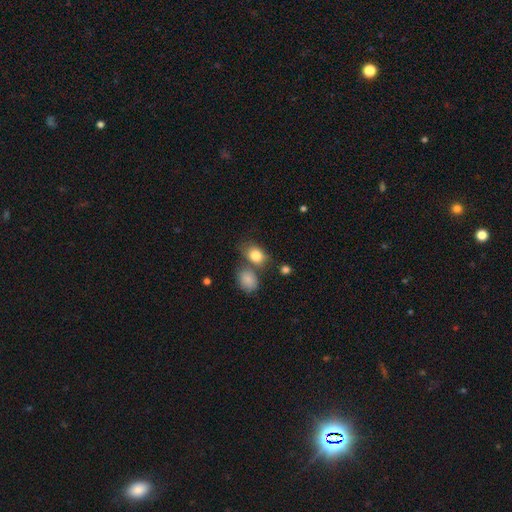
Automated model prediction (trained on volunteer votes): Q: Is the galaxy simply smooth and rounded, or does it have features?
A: smooth — 82%.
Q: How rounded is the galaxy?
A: in between — 66%.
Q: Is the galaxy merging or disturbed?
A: none — 54%.